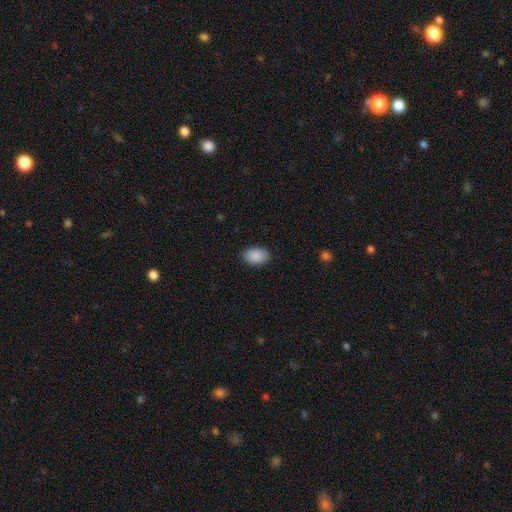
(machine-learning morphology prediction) The model was most divided on "how rounded": in between: 88%, round: 11%, cigar-shaped: 1%. More confident: smooth or featured — smooth (90%); merging — none (88%).